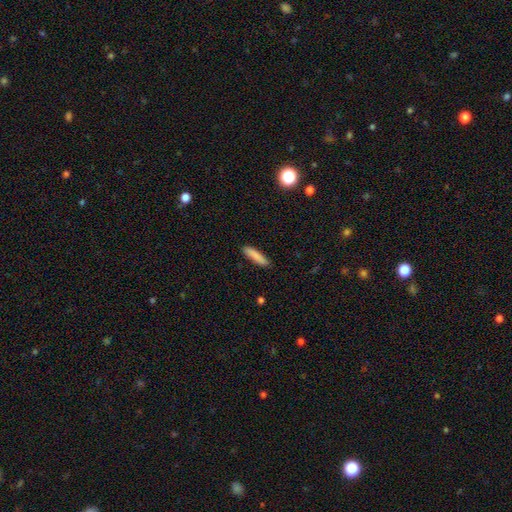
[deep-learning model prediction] Smooth or featured?
  - smooth: 86% *
  - featured or disk: 8%
  - star or artifact: 6%
How rounded?
  - cigar-shaped: 79% *
  - in between: 19%
  - round: 1%
Merging?
  - none: 89% *
  - minor disturbance: 8%
  - major disturbance: 2%
  - merger: 1%